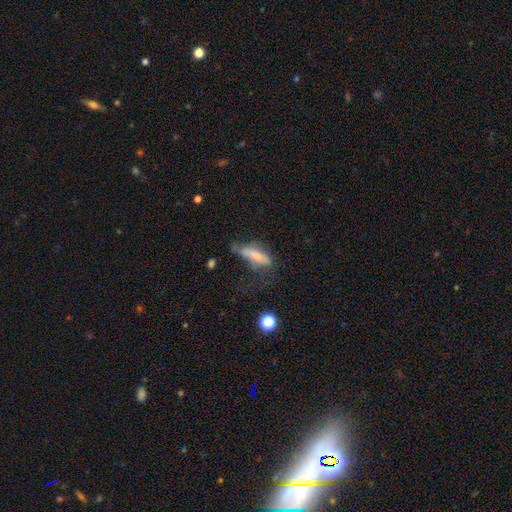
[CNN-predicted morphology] Q: Smooth or featured?
A: smooth (66%); runner-up: featured or disk (25%)
Q: How rounded?
A: cigar-shaped (54%); runner-up: in between (43%)
Q: Merging?
A: none (33%); runner-up: minor disturbance (31%)